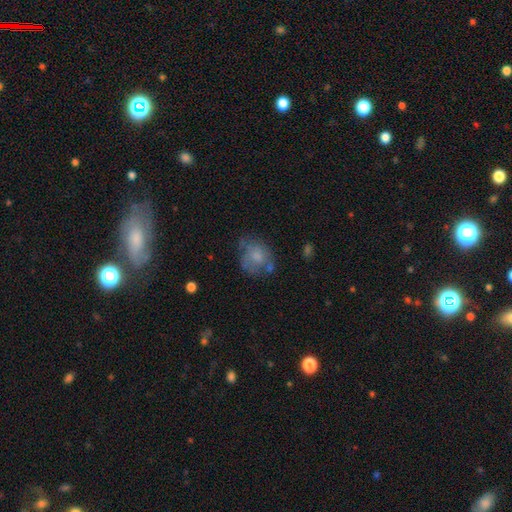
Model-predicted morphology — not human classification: Smooth or featured?
  - smooth: 63% *
  - featured or disk: 27%
  - star or artifact: 9%
How rounded?
  - round: 64% *
  - in between: 35%
  - cigar-shaped: 1%
Merging?
  - none: 46% *
  - minor disturbance: 28%
  - major disturbance: 18%
  - merger: 8%